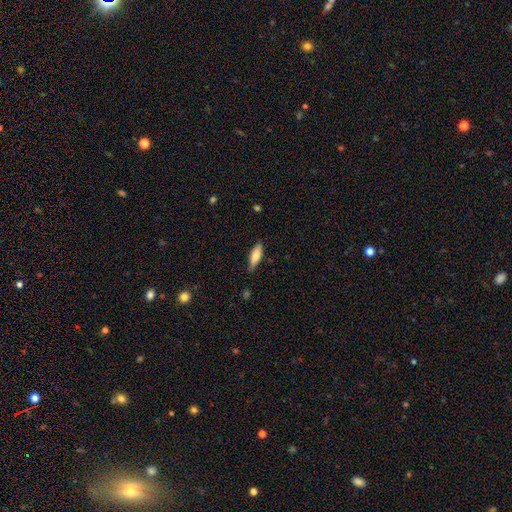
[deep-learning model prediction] The model was most divided on "how rounded": in between: 56%, cigar-shaped: 42%, round: 2%. More confident: merging — none (78%); smooth or featured — smooth (77%).